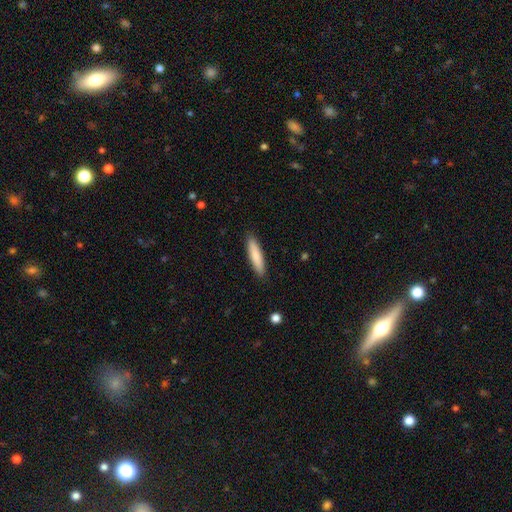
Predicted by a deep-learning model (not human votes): This is clearly a smooth galaxy (84%). How rounded: clearly cigar-shaped (82%). Merging: clearly none (90%).